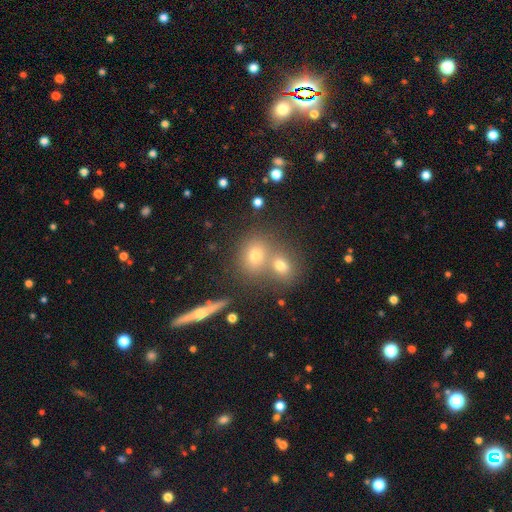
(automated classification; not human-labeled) The model was most divided on "merging": none: 53%, merger: 36%, minor disturbance: 8%, major disturbance: 3%. More confident: how rounded — round (70%); smooth or featured — smooth (63%).